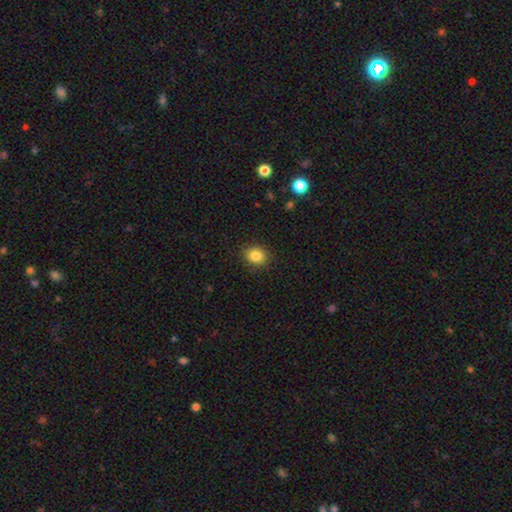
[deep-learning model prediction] Smooth or featured: smooth — 85% (star or artifact — 10%)
How rounded: round — 66% (in between — 34%)
Merging: none — 88% (minor disturbance — 9%)